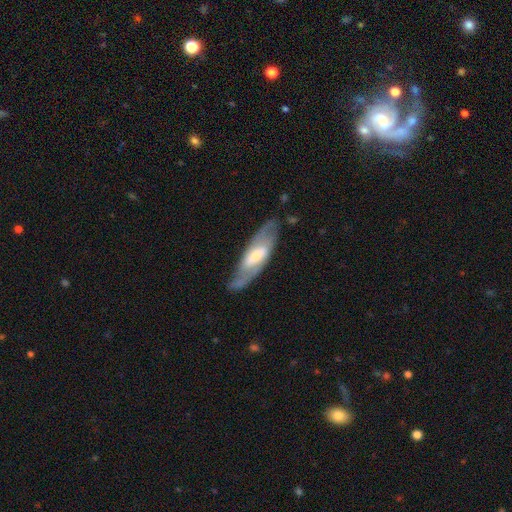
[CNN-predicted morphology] smooth-or-featured: featured or disk: 72% | smooth: 22% | star or artifact: 5%
  disk-edge-on: no: 78% | yes: 22%
    bar: weak: 44% | strong: 35% | no: 22%
    has-spiral-arms: yes: 81% | no: 19%
    bulge-size: moderate: 50% | small: 37% | large: 9% | none: 3% | dominant: 1%
  merging: none: 76% | minor disturbance: 16% | major disturbance: 6% | merger: 2%